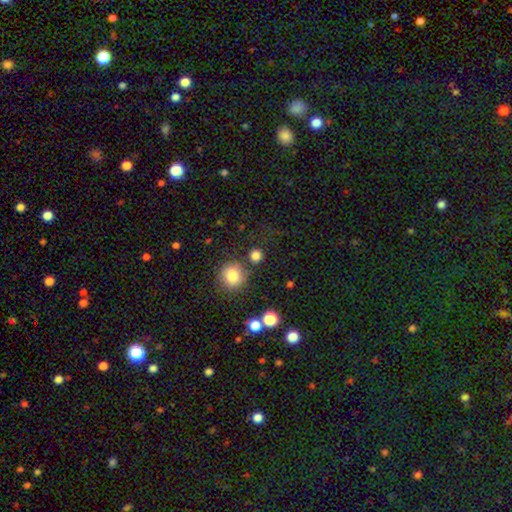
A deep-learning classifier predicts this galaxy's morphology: This appears to be a smooth galaxy with no disk features (80%) that is round (90%). Merging: none (77%).